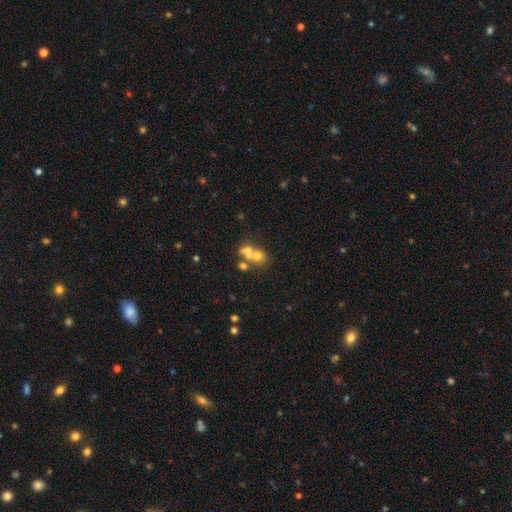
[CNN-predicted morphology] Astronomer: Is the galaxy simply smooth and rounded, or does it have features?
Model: smooth — 55%.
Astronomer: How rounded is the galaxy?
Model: round — 71%.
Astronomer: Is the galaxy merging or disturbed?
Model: merger — 54% (runner-up: none, 33%).